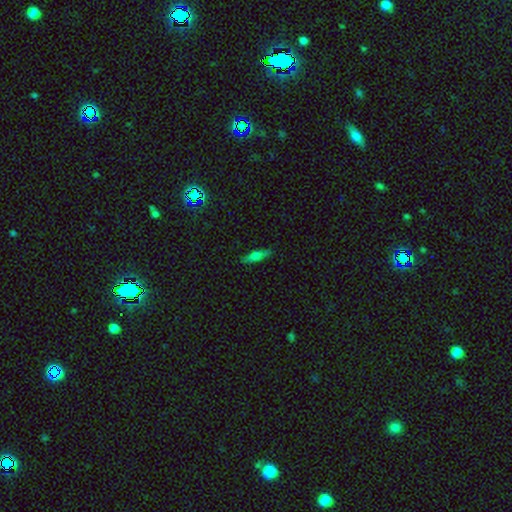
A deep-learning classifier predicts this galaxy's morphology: Smooth or featured: smooth — 55% (featured or disk — 37%)
How rounded: cigar-shaped — 67% (in between — 31%)
Merging: none — 87% (minor disturbance — 10%)